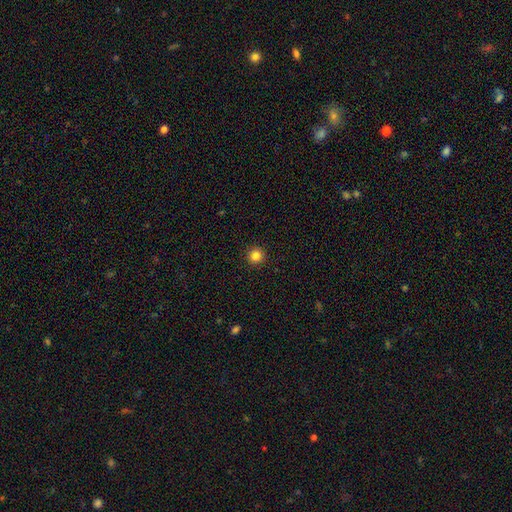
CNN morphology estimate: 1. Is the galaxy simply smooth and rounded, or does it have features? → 84% smooth, 12% star or artifact, 4% featured or disk.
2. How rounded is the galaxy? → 95% round, 4% in between, 1% cigar-shaped.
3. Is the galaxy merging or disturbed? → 93% none, 4% minor disturbance, 2% major disturbance, 1% merger.